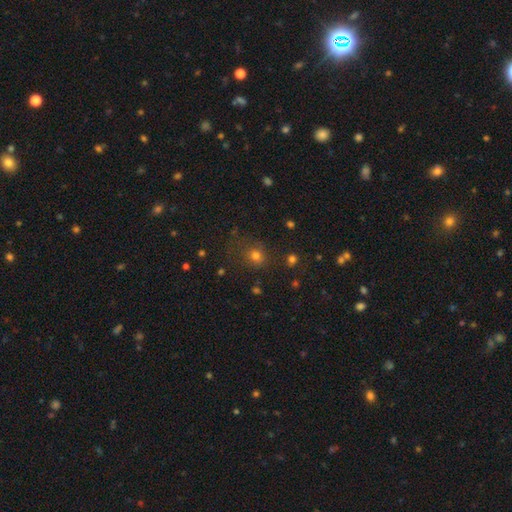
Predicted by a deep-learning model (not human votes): A smooth galaxy with no disk features (72%) that is round (74%).

Vote fractions:
- Smooth or featured? smooth: 72% / star or artifact: 20% / featured or disk: 8%
- How rounded? round: 74% / in between: 25% / cigar-shaped: 1%
- Merging? none: 72% / minor disturbance: 16% / major disturbance: 8% / merger: 4%